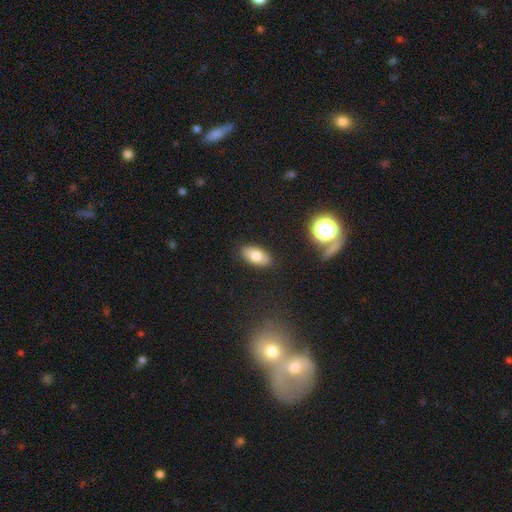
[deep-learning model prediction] A smooth galaxy with no disk features (78%) that is in between round and cigar-shaped (92%).

Vote fractions:
- Smooth or featured? smooth: 78% / featured or disk: 13% / star or artifact: 9%
- How rounded? in between: 92% / round: 4% / cigar-shaped: 3%
- Merging? none: 87% / minor disturbance: 9% / major disturbance: 2% / merger: 1%